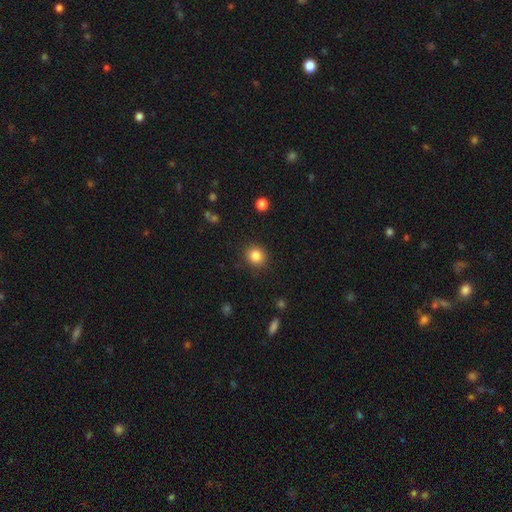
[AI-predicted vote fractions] Morphology: type=smooth (84%); roundness=round (79%); merging=none (88%).